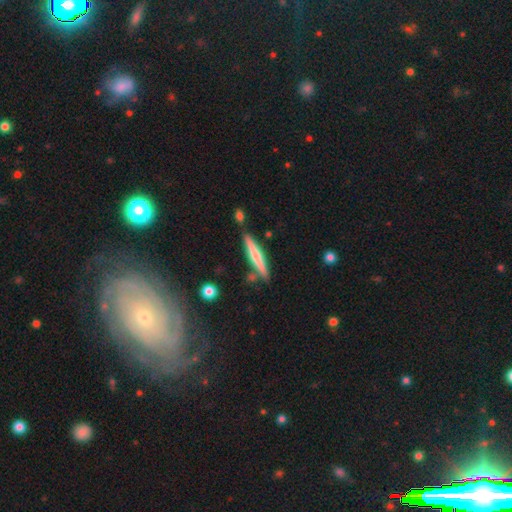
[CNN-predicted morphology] smooth 51%, featured or disk 43%, star or artifact 6%. Down the decision tree: how rounded — cigar-shaped (93%); merging — none (78%).